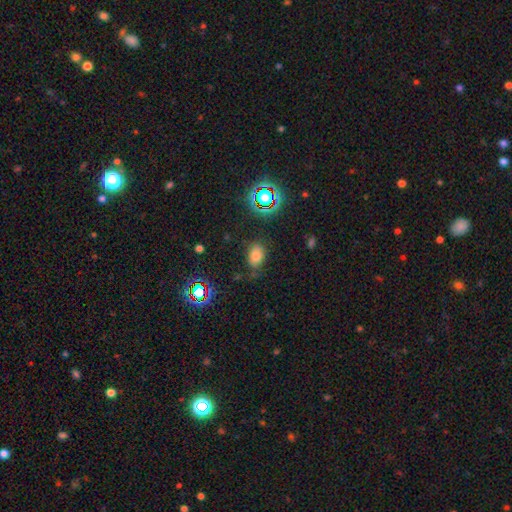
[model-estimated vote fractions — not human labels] A smooth galaxy with no disk features (71%) that is in between round and cigar-shaped (81%).

Vote fractions:
- Smooth or featured? smooth: 71% / star or artifact: 20% / featured or disk: 9%
- How rounded? in between: 81% / round: 17% / cigar-shaped: 2%
- Merging? none: 68% / minor disturbance: 21% / major disturbance: 8% / merger: 3%